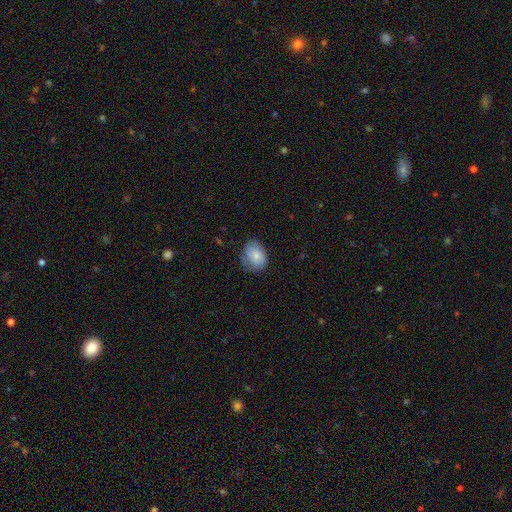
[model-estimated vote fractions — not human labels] Q: Smooth or featured?
A: smooth (77%); runner-up: featured or disk (16%)
Q: How rounded?
A: in between (63%); runner-up: round (36%)
Q: Merging?
A: none (67%); runner-up: minor disturbance (25%)